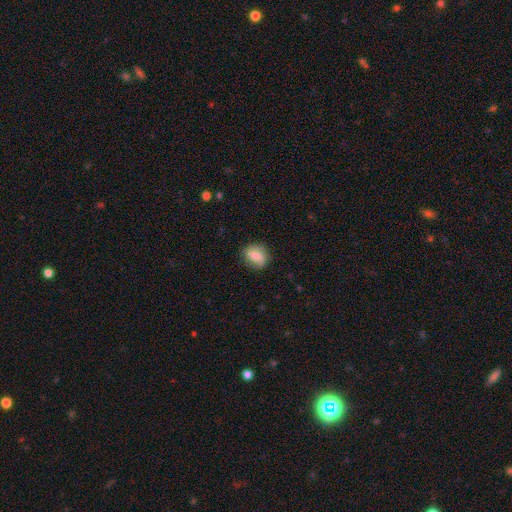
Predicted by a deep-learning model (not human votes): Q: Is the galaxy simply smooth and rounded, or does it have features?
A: smooth — 64%.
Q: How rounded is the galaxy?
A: round — 60%.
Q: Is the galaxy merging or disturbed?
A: none — 78%.